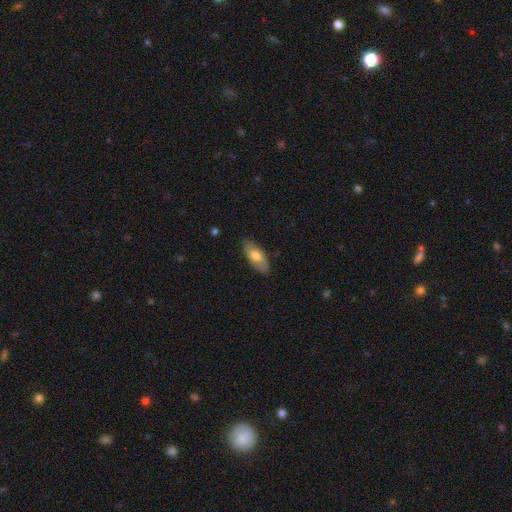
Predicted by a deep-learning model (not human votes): smooth-or-featured: smooth: 68% | featured or disk: 26% | star or artifact: 6%
  how-rounded: in between: 87% | cigar-shaped: 11% | round: 3%
  merging: none: 83% | minor disturbance: 13% | major disturbance: 2% | merger: 1%